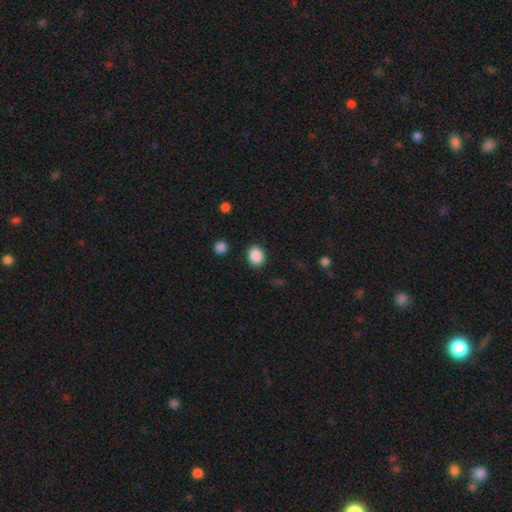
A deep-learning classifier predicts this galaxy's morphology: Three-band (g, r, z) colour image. It shows a smooth galaxy with no disk features (88%) that is in between round and cigar-shaped (55%). Merging: none (87%).